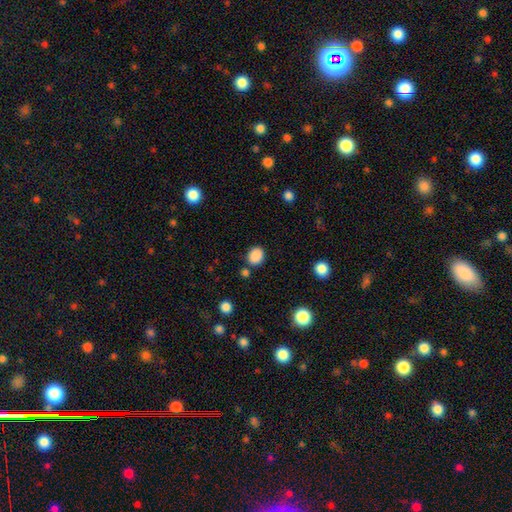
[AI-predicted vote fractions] Q: Smooth or featured?
A: smooth (87%); runner-up: star or artifact (10%)
Q: How rounded?
A: round (58%); runner-up: in between (41%)
Q: Merging?
A: none (80%); runner-up: minor disturbance (11%)